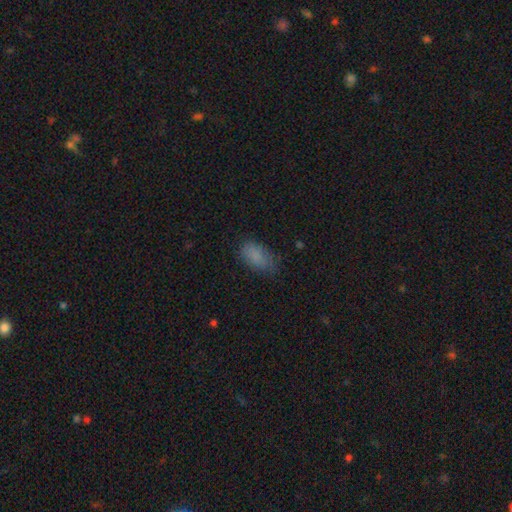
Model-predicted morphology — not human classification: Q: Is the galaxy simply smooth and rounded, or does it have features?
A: smooth — 85%.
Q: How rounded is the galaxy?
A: in between — 92%.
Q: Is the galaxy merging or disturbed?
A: none — 70%.